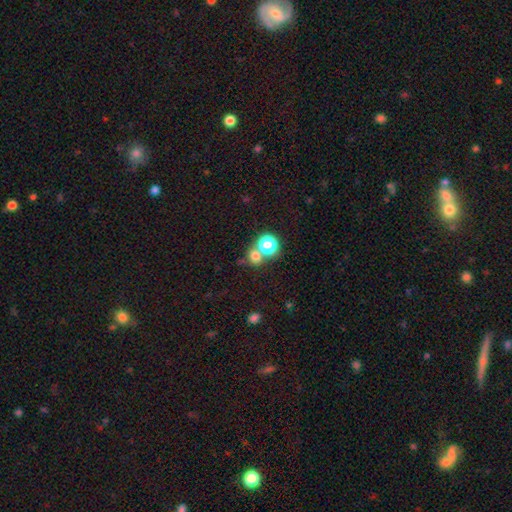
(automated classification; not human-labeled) Q: Smooth or featured?
A: smooth (70%); runner-up: star or artifact (22%)
Q: How rounded?
A: round (81%); runner-up: in between (17%)
Q: Merging?
A: none (57%); runner-up: merger (32%)